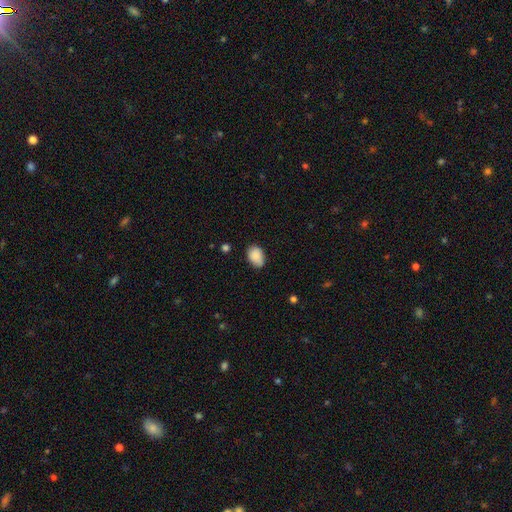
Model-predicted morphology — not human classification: Smooth or featured?
  - smooth: 87% *
  - star or artifact: 7%
  - featured or disk: 6%
How rounded?
  - in between: 84% *
  - round: 15%
  - cigar-shaped: 1%
Merging?
  - none: 70% *
  - minor disturbance: 24%
  - major disturbance: 4%
  - merger: 2%